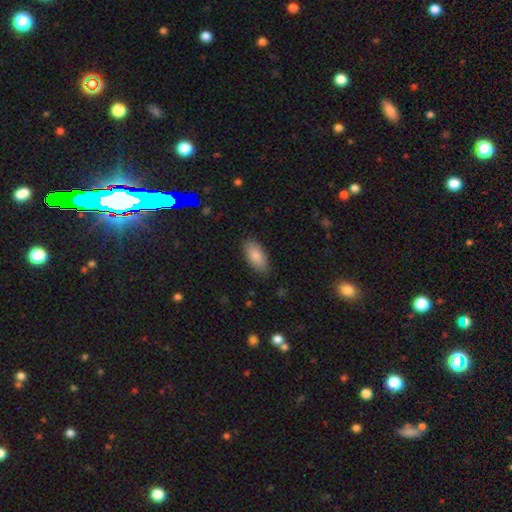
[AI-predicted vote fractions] Smooth or featured?
  - smooth: 86% *
  - featured or disk: 7%
  - star or artifact: 6%
How rounded?
  - in between: 90% *
  - cigar-shaped: 8%
  - round: 2%
Merging?
  - none: 85% *
  - minor disturbance: 12%
  - major disturbance: 3%
  - merger: 1%